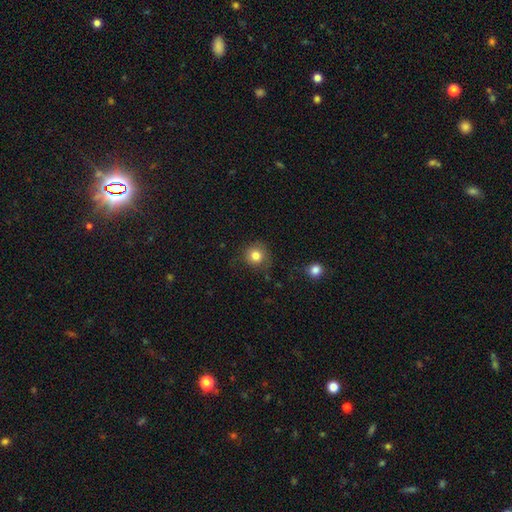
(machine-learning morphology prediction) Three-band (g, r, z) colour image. It shows a smooth galaxy with no disk features (81%) that is round (91%). Merging: none (79%).